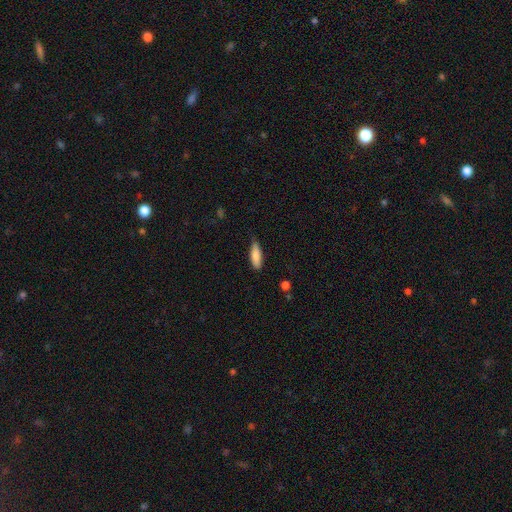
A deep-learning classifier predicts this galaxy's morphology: This is clearly a smooth galaxy (83%). How rounded: possibly in between (55%). Merging: likely none (74%).